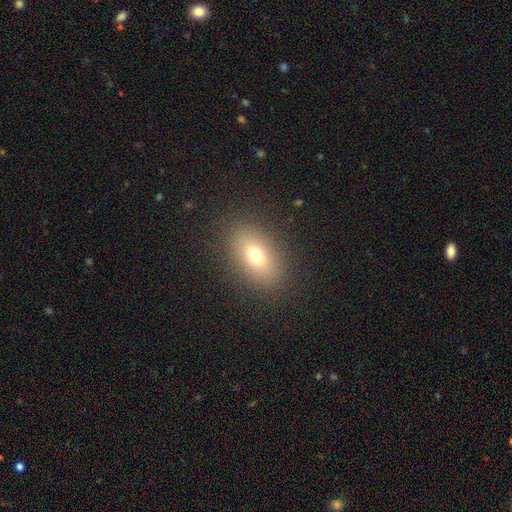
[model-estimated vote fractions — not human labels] smooth_or_featured: smooth (p=0.73) [alt: featured or disk p=0.16]
how_rounded: in between (p=0.85) [alt: round p=0.10]
merging: none (p=0.87) [alt: minor disturbance p=0.09]